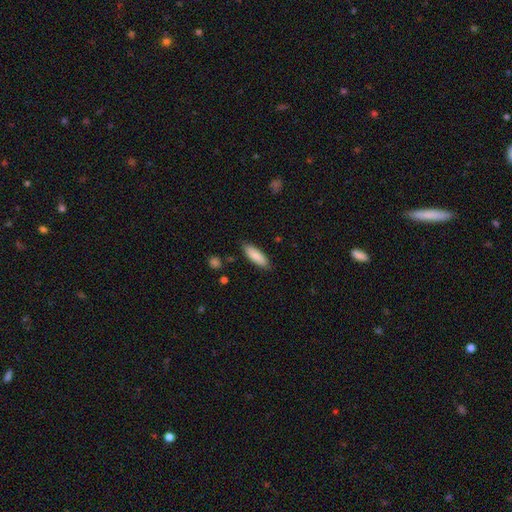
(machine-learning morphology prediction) smooth 86%, featured or disk 8%, star or artifact 6%. Down the decision tree: how rounded — in between (53%); merging — none (86%).